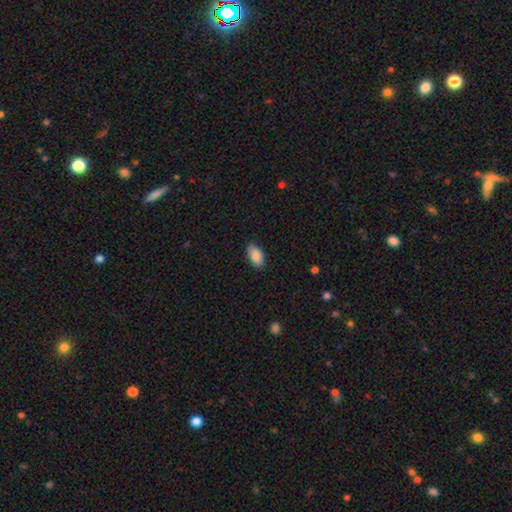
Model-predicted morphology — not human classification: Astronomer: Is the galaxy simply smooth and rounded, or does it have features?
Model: smooth — 88%.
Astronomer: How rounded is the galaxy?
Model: in between — 94%.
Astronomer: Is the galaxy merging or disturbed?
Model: none — 85%.